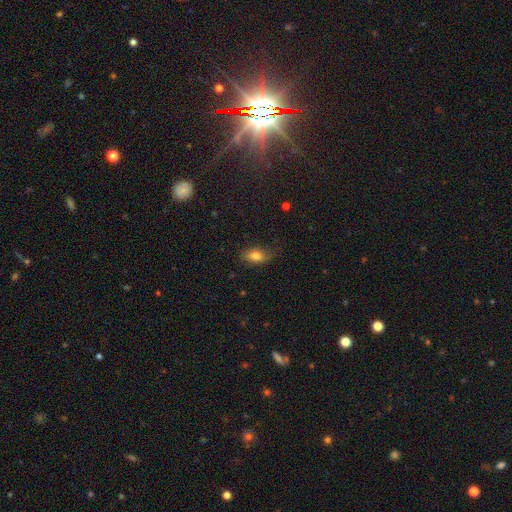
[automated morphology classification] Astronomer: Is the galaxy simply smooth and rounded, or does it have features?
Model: smooth — 78%.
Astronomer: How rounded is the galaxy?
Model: in between — 85%.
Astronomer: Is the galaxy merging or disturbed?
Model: none — 72%.